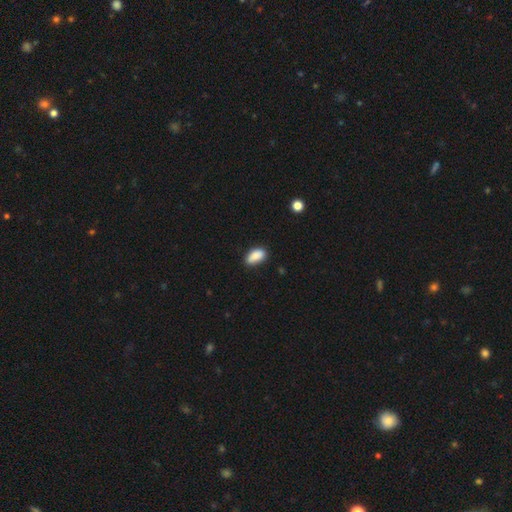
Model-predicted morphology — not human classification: A smooth galaxy with no disk features (88%) that is in between round and cigar-shaped (91%).

Vote fractions:
- Smooth or featured? smooth: 88% / star or artifact: 8% / featured or disk: 4%
- How rounded? in between: 91% / cigar-shaped: 6% / round: 4%
- Merging? none: 73% / minor disturbance: 22% / major disturbance: 3% / merger: 2%